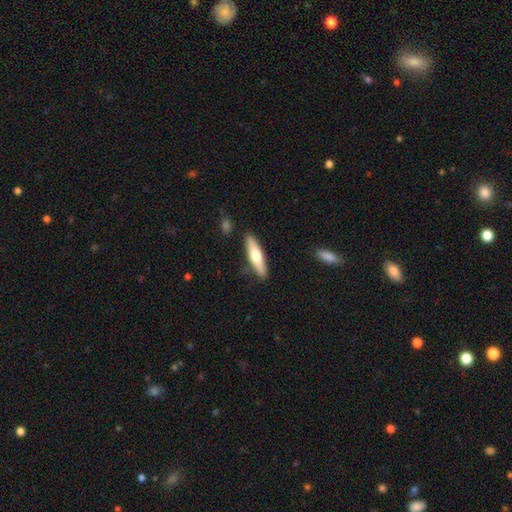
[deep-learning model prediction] This appears to be a smooth galaxy with no disk features (58%) that is cigar-shaped (74%). Merging: none (87%).